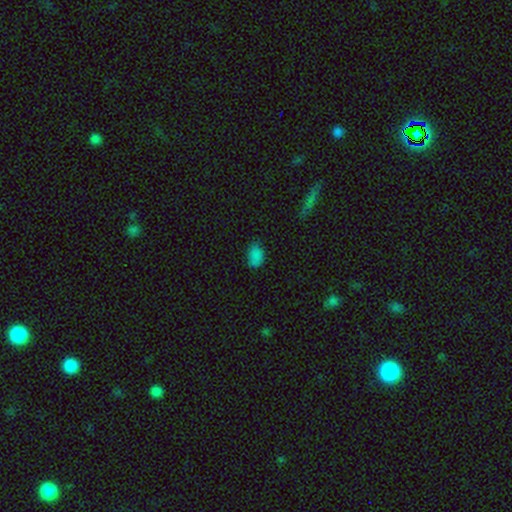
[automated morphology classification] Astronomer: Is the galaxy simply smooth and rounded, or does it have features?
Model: smooth — 82%.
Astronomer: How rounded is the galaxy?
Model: in between — 87%.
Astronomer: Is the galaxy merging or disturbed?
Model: none — 71%.